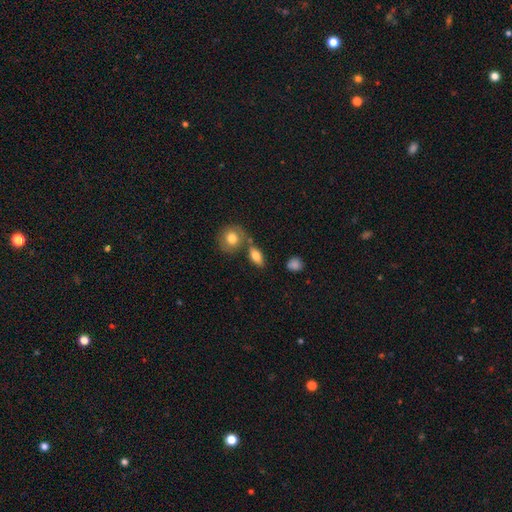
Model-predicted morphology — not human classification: Smooth or featured?
  - smooth: 77% *
  - featured or disk: 15%
  - star or artifact: 8%
How rounded?
  - in between: 79% *
  - round: 11%
  - cigar-shaped: 9%
Merging?
  - none: 62% *
  - merger: 22%
  - minor disturbance: 12%
  - major disturbance: 4%